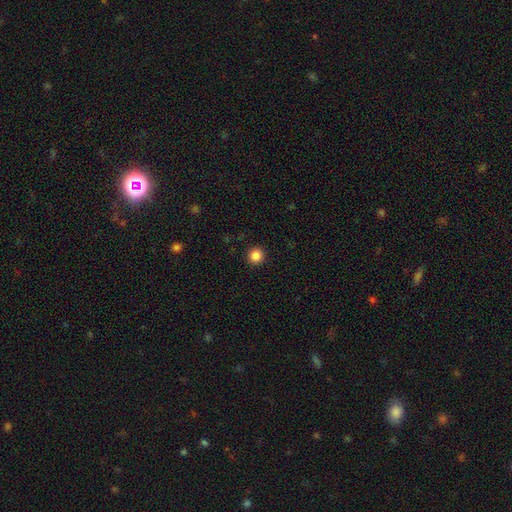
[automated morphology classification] type=smooth (85%); roundness=round (96%); merging=none (93%).